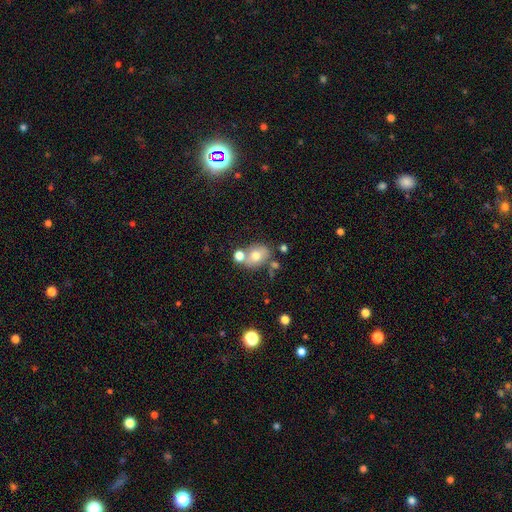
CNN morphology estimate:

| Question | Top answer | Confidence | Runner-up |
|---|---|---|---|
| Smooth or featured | smooth | 66% | featured or disk (23%) |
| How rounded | in between | 55% | round (44%) |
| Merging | none | 54% | merger (27%) |